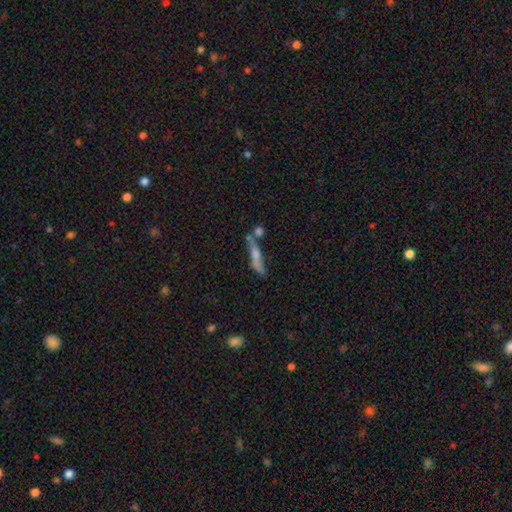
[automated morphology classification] Smooth or featured? featured or disk (50%)
Merging? none (44%)